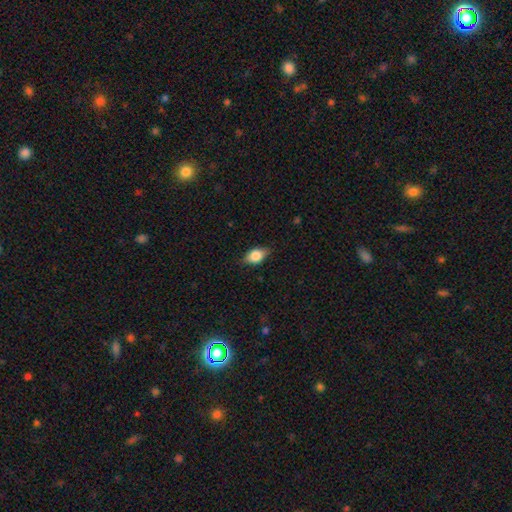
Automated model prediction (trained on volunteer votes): Q: Smooth or featured?
A: smooth (80%); runner-up: featured or disk (13%)
Q: How rounded?
A: in between (85%); runner-up: round (11%)
Q: Merging?
A: none (79%); runner-up: minor disturbance (17%)